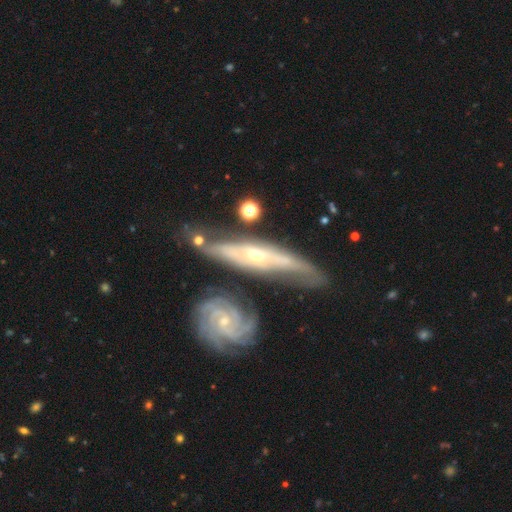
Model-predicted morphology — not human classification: featured or disk 81%, smooth 13%, star or artifact 6%. Down the decision tree: edge-on disk — no (54%); merging — none (60%).